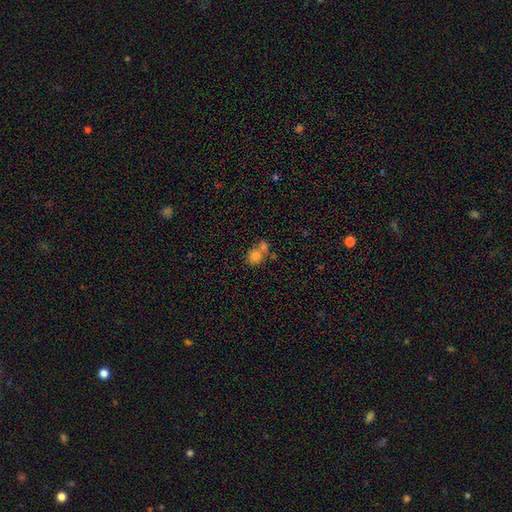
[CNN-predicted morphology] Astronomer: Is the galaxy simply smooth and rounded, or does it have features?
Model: smooth — 78%.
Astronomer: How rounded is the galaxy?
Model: round — 78%.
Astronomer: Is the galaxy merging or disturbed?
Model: merger — 50% (runner-up: none, 40%).